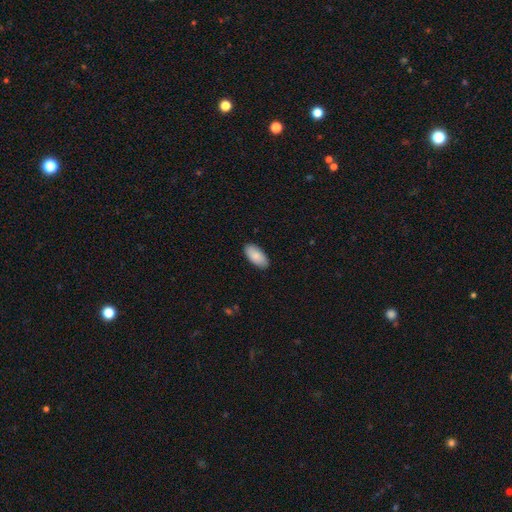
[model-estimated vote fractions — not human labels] This is clearly a smooth galaxy (88%). How rounded: clearly in between (94%). Merging: clearly none (89%).